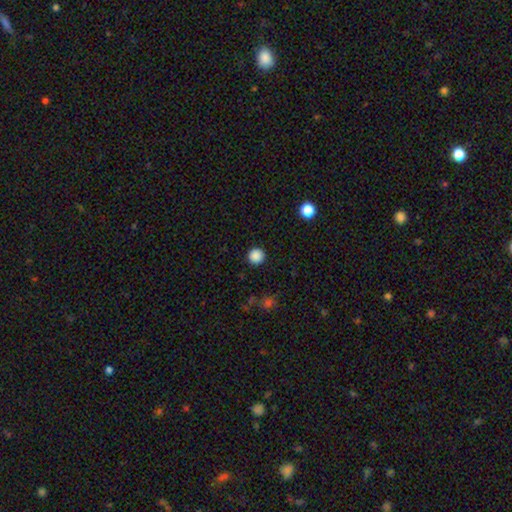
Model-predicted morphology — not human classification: type=smooth (87%); roundness=round (96%); merging=none (93%).